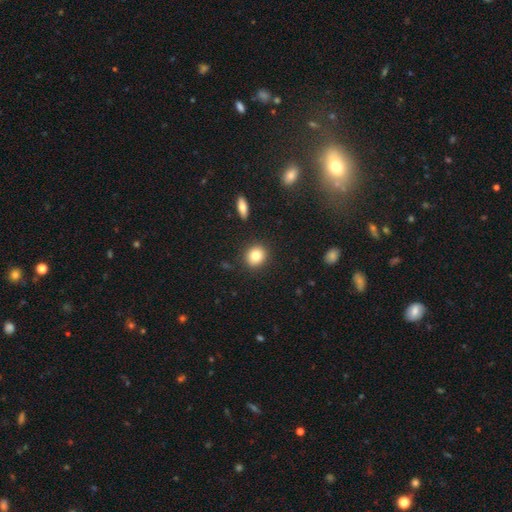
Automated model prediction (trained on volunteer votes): A smooth galaxy with no disk features (82%) that is round (81%).

Vote fractions:
- Smooth or featured? smooth: 82% / star or artifact: 9% / featured or disk: 9%
- How rounded? round: 81% / in between: 18% / cigar-shaped: 1%
- Merging? none: 89% / minor disturbance: 7% / major disturbance: 2% / merger: 2%